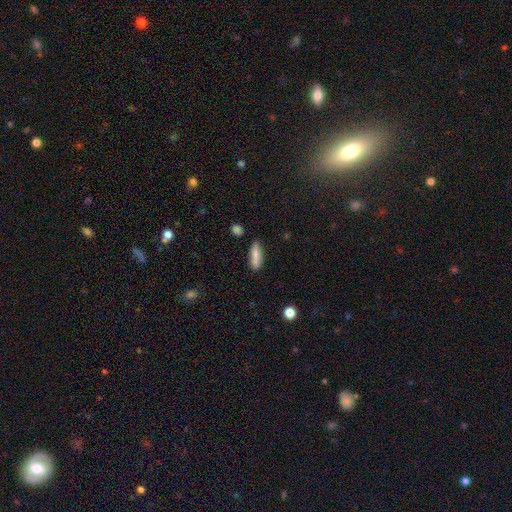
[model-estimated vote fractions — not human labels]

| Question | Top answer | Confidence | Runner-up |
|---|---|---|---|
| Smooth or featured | smooth | 83% | featured or disk (10%) |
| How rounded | cigar-shaped | 49% | in between (48%) |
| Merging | none | 80% | minor disturbance (14%) |